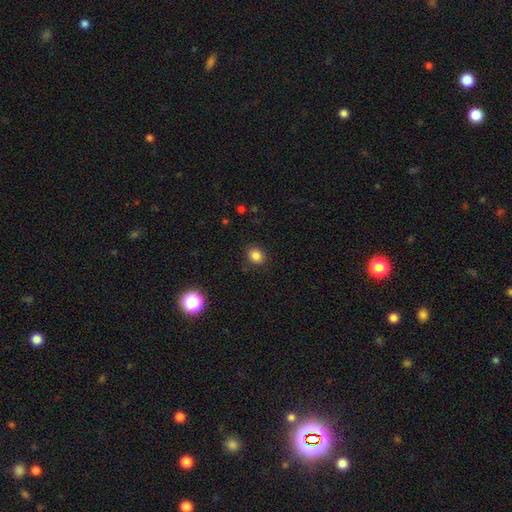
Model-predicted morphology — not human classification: smooth 84%, star or artifact 12%, featured or disk 4%. Down the decision tree: how rounded — round (55%); merging — none (86%).